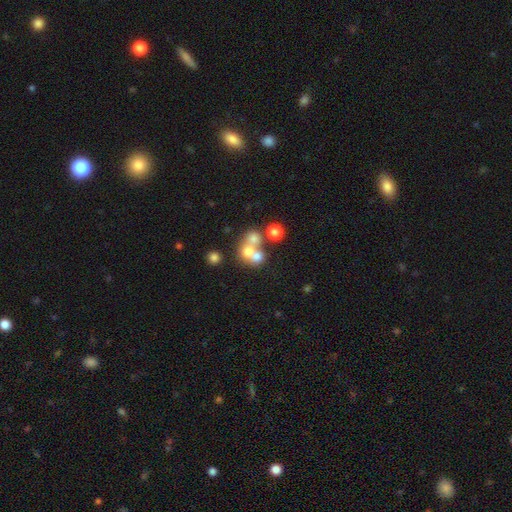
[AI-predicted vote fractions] Overall: smooth (61%; featured or disk 24%). How rounded: round (80%). Merging: merger (57%; none 32%).